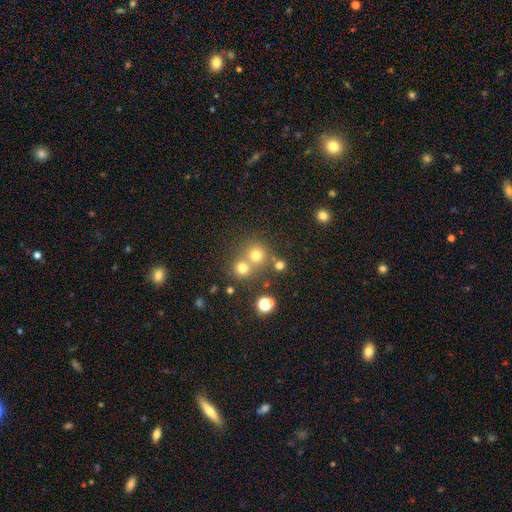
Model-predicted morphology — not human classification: Overall: smooth (71%). How rounded: round (90%). Merging: none (56%; merger 35%).